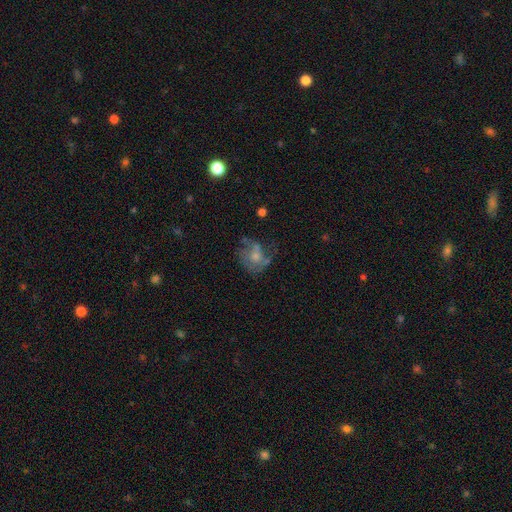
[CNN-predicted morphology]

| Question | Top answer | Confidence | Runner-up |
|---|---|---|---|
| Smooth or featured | featured or disk | 54% | smooth (36%) |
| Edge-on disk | no | 98% | yes (2%) |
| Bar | no | 81% | weak (17%) |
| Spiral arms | yes | 54% | no (46%) |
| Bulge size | moderate | 43% | small (37%) |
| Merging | none | 42% | major disturbance (28%) |